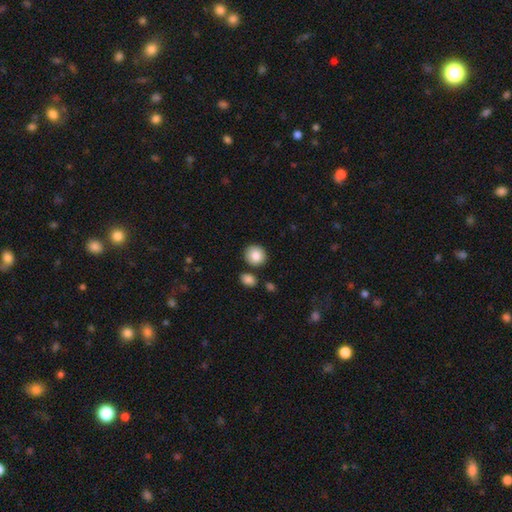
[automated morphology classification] Smooth or featured: smooth — 86% (star or artifact — 8%)
How rounded: round — 86% (in between — 13%)
Merging: none — 82% (minor disturbance — 9%)